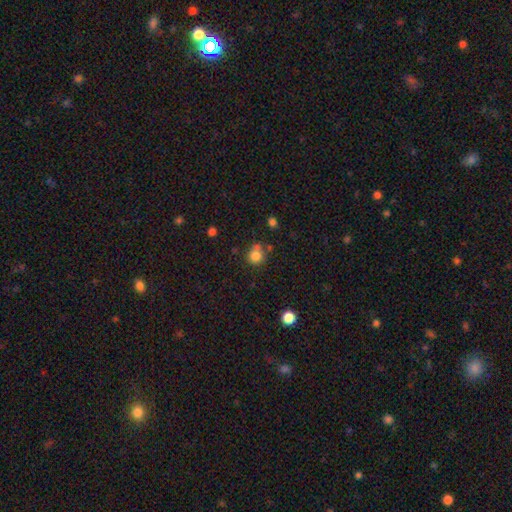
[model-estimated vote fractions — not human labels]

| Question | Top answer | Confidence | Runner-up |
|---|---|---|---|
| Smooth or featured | smooth | 80% | star or artifact (12%) |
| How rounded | round | 86% | in between (13%) |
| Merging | none | 61% | merger (18%) |